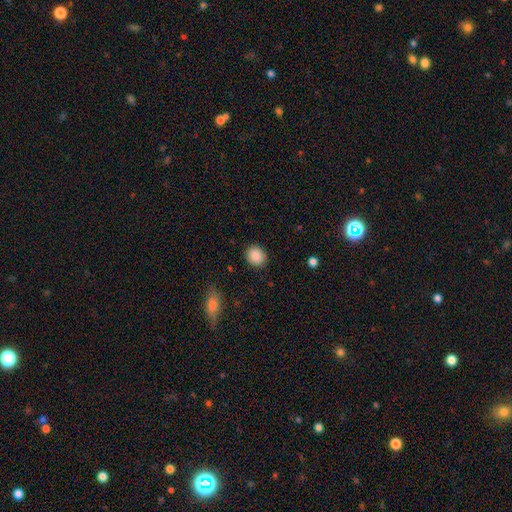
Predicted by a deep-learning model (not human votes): Smooth or featured: smooth — 89% (star or artifact — 8%)
How rounded: round — 63% (in between — 36%)
Merging: none — 87% (minor disturbance — 9%)